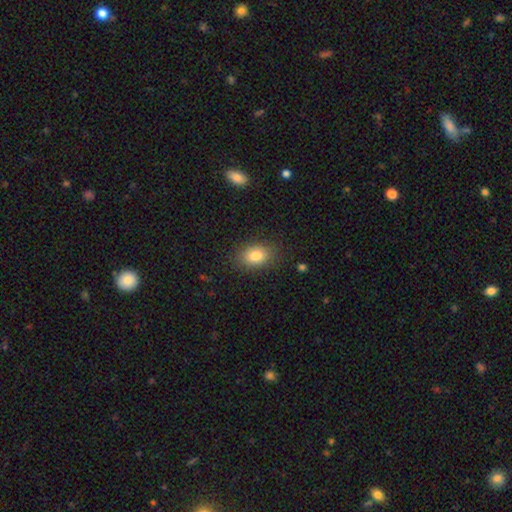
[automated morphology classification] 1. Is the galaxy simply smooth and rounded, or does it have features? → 82% smooth, 9% star or artifact, 9% featured or disk.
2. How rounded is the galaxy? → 82% in between, 16% round, 1% cigar-shaped.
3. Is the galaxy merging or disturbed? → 84% none, 11% minor disturbance, 3% major disturbance, 1% merger.